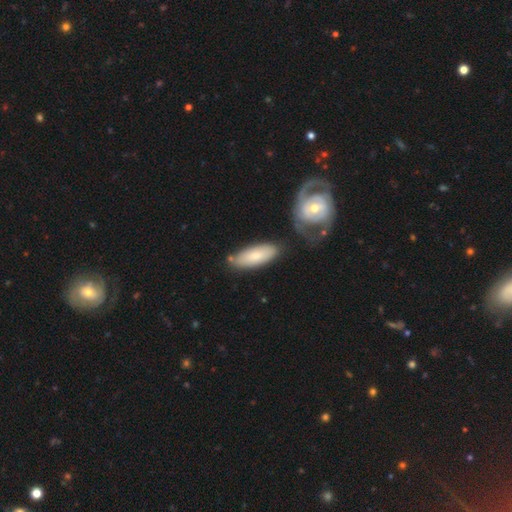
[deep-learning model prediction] Overall: smooth (73%). How rounded: in between (74%). Merging: none (70%).